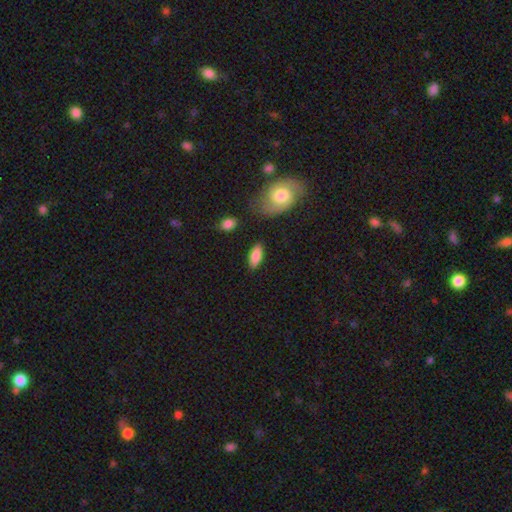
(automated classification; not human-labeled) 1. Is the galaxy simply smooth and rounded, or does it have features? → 84% smooth, 10% featured or disk, 6% star or artifact.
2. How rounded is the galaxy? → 81% in between, 16% cigar-shaped, 3% round.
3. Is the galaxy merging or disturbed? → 84% none, 10% minor disturbance, 3% major disturbance, 3% merger.